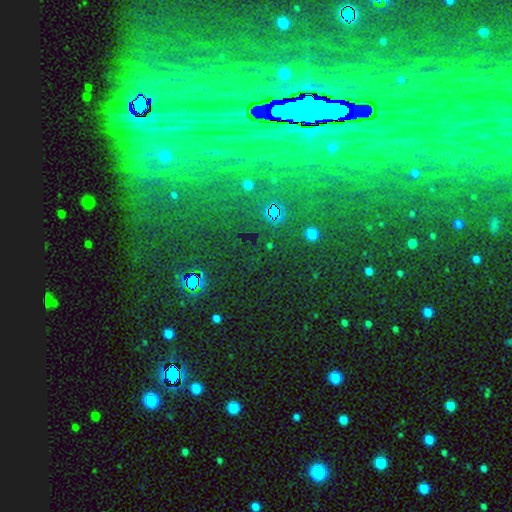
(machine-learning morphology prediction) Overall: star or artifact (74%).